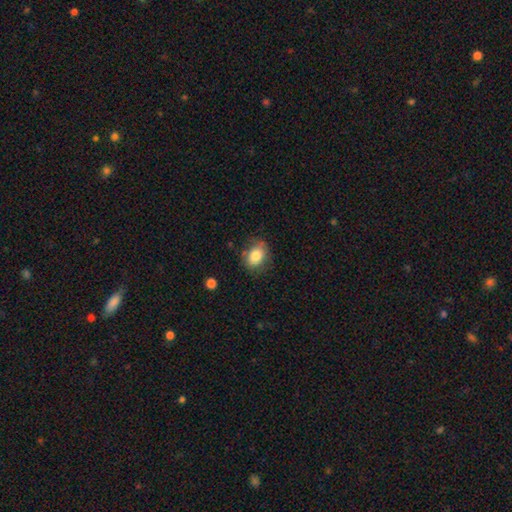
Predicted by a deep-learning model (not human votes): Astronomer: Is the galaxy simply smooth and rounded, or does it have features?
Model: smooth — 82%.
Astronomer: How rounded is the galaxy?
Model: in between — 66%.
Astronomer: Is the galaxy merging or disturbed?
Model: none — 75%.